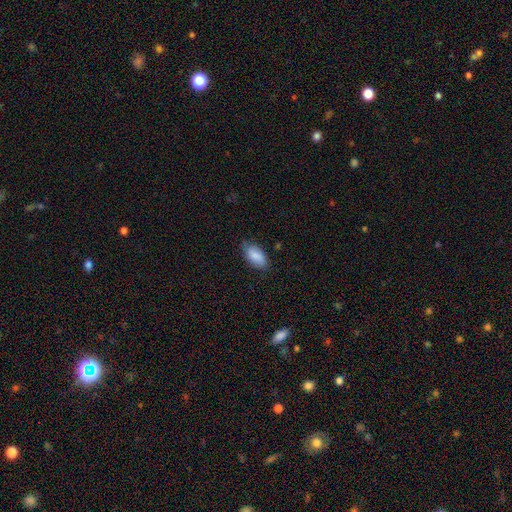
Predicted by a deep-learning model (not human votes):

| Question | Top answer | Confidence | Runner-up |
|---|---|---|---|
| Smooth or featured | smooth | 88% | featured or disk (6%) |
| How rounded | in between | 92% | cigar-shaped (6%) |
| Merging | none | 78% | minor disturbance (17%) |